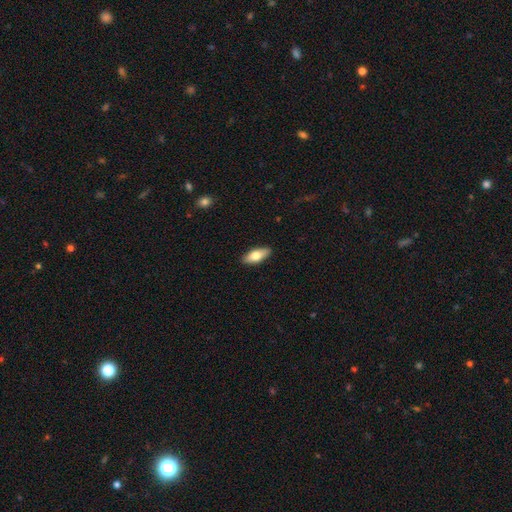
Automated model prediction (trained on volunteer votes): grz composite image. It shows a smooth galaxy with no disk features (71%) that is in between round and cigar-shaped (79%). Merging: none (89%).